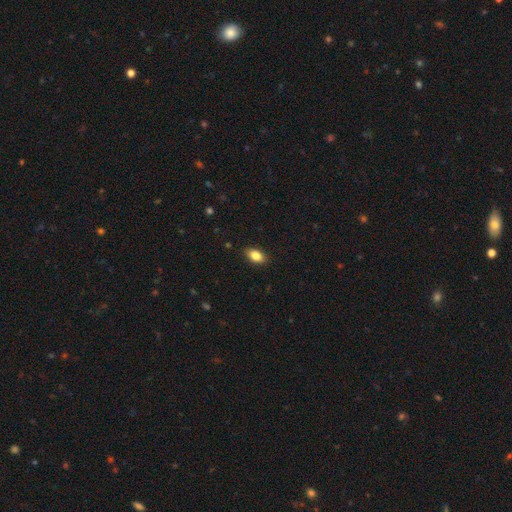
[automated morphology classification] Smooth or featured? Predicted: smooth (p=0.85). How rounded? Predicted: in between (p=0.89). Merging? Predicted: none (p=0.88).